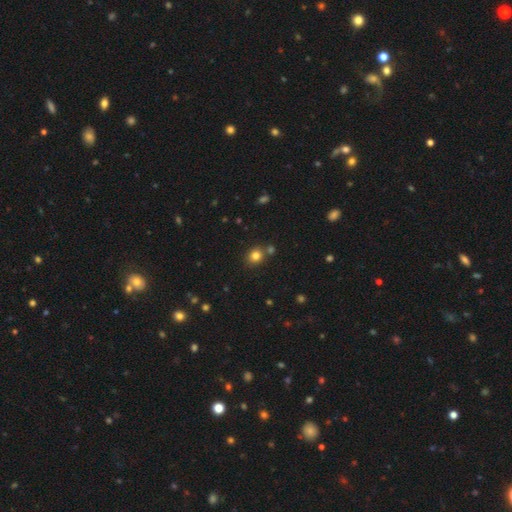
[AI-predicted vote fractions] A smooth galaxy with no disk features (80%) that is round (74%). Merging: none (73%).